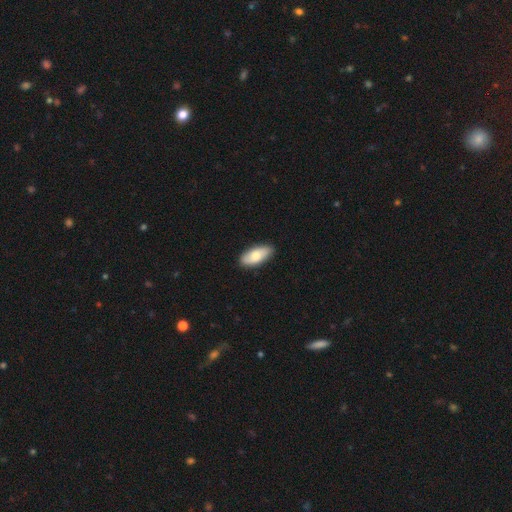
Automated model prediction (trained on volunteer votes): The model was most divided on "smooth or featured": smooth: 73%, featured or disk: 21%, star or artifact: 6%. More confident: how rounded — in between (88%); merging — none (87%).